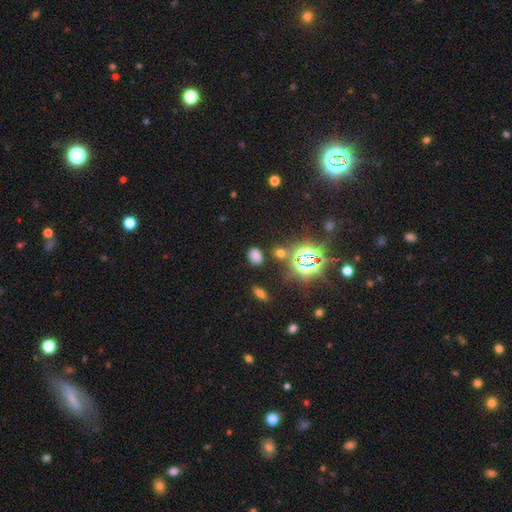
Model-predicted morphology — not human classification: Smooth or featured?
  - smooth: 64% *
  - star or artifact: 30%
  - featured or disk: 6%
How rounded?
  - in between: 70% *
  - round: 28%
  - cigar-shaped: 2%
Merging?
  - none: 81% *
  - minor disturbance: 11%
  - merger: 4%
  - major disturbance: 4%